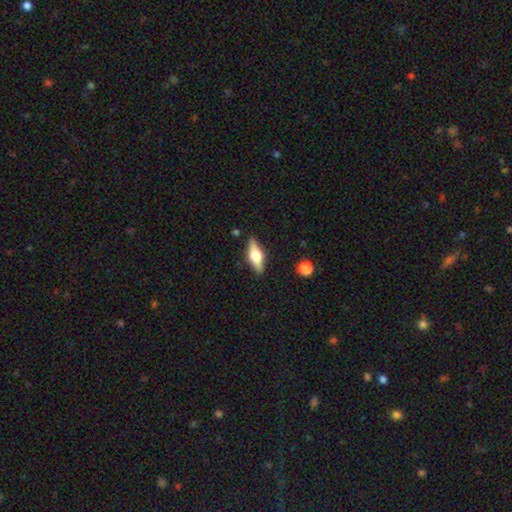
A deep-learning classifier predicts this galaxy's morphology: A featured or disk galaxy (59%) viewed edge-on (94%) with a rounded central bulge (94%). Merging: none (87%).